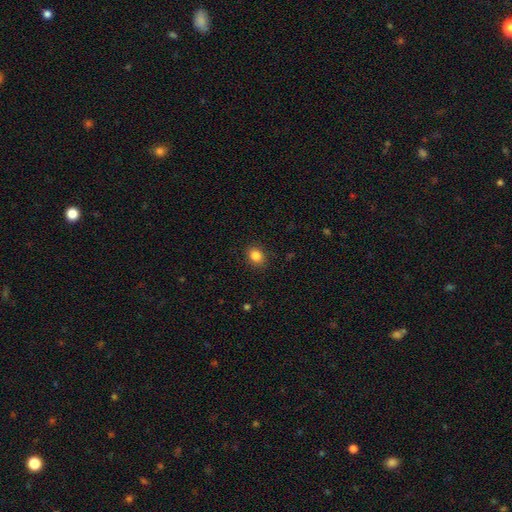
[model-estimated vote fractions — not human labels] This is clearly a smooth galaxy (85%). How rounded: possibly round (51%). Merging: clearly none (88%).